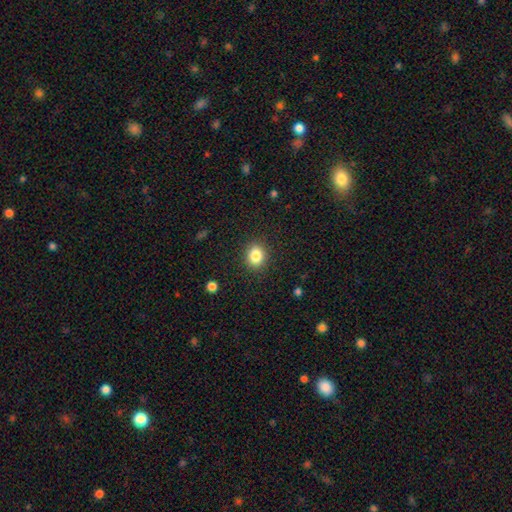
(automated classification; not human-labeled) Overall: smooth (85%). How rounded: round (59%; in between 40%). Merging: none (89%).